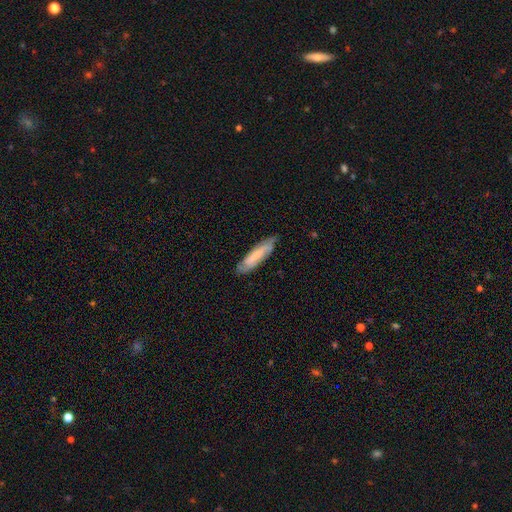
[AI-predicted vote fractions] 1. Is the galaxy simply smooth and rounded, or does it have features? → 52% smooth, 42% featured or disk, 6% star or artifact.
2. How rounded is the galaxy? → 74% cigar-shaped, 25% in between, 1% round.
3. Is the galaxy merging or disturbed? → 79% none, 16% minor disturbance, 3% major disturbance, 1% merger.